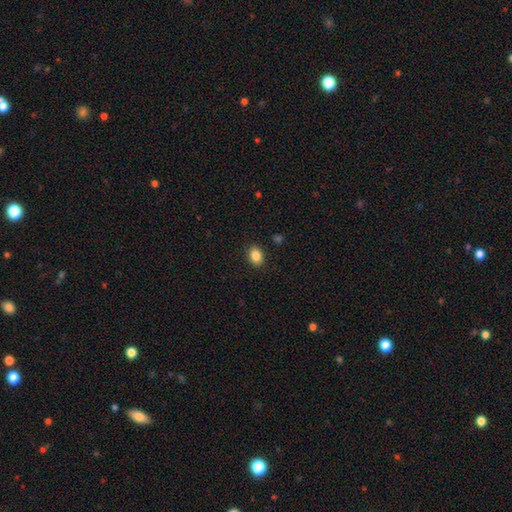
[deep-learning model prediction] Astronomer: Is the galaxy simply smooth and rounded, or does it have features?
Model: smooth — 86%.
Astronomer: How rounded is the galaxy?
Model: in between — 73%.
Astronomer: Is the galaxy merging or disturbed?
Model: none — 89%.